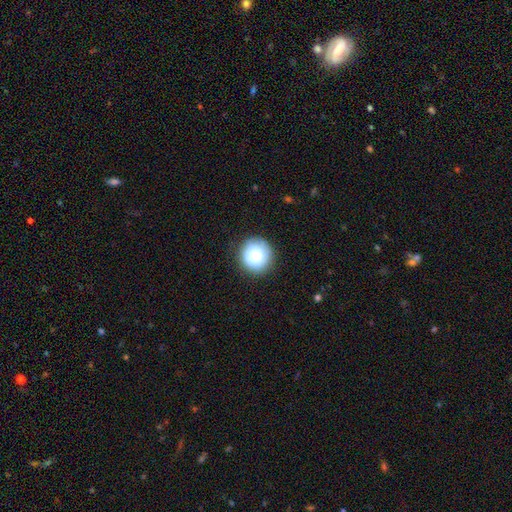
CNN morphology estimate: A smooth galaxy with no disk features (73%) that is round (94%). Merging: none (86%).